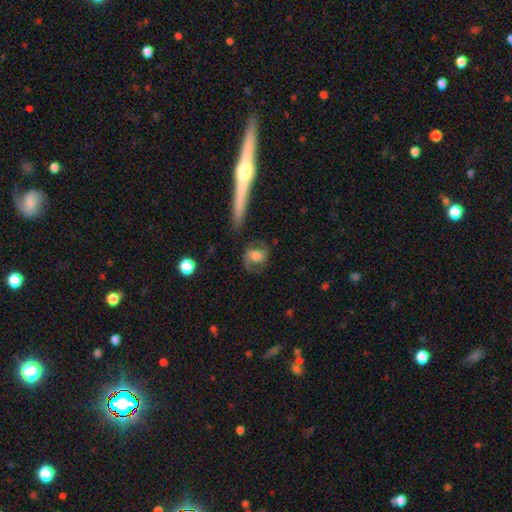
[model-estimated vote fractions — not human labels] A featured or disk galaxy (74%) with no bar (50%), 2 (91%) medium (53%) spiral arms (94%) and a moderate central bulge (51%). Merging: none (73%).